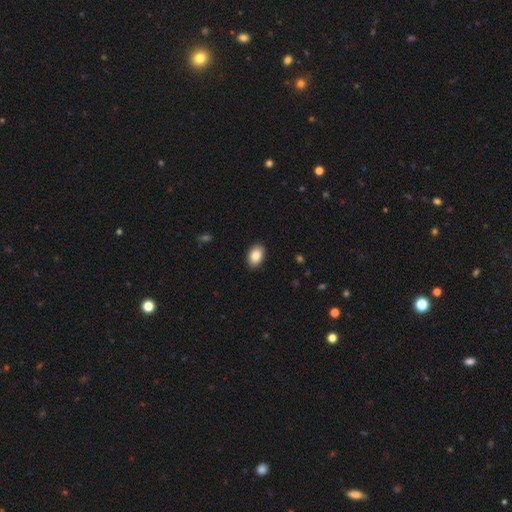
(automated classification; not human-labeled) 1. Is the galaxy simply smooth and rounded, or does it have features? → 85% smooth, 8% featured or disk, 7% star or artifact.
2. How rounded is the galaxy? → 86% in between, 13% round, 1% cigar-shaped.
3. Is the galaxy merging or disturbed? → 89% none, 9% minor disturbance, 2% major disturbance, 1% merger.